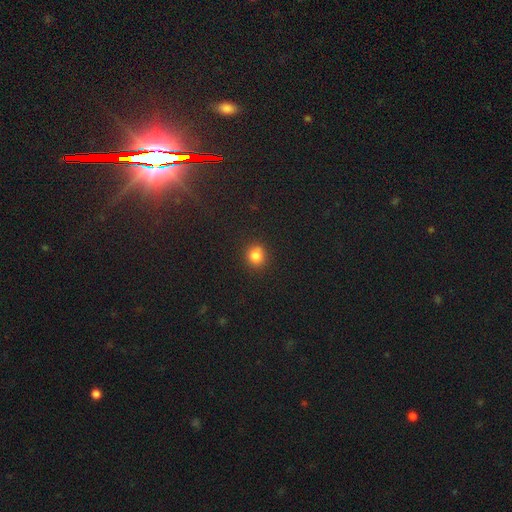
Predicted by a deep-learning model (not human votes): A smooth galaxy with no disk features (83%) that is round (86%). Merging: none (85%).